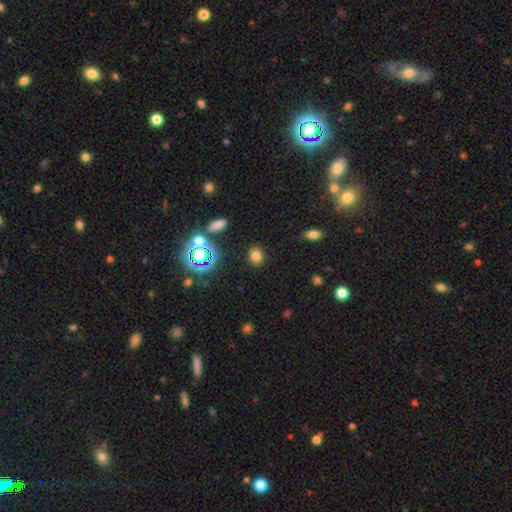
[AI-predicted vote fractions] Overall: smooth (74%). How rounded: round (65%; in between 33%). Merging: none (87%).